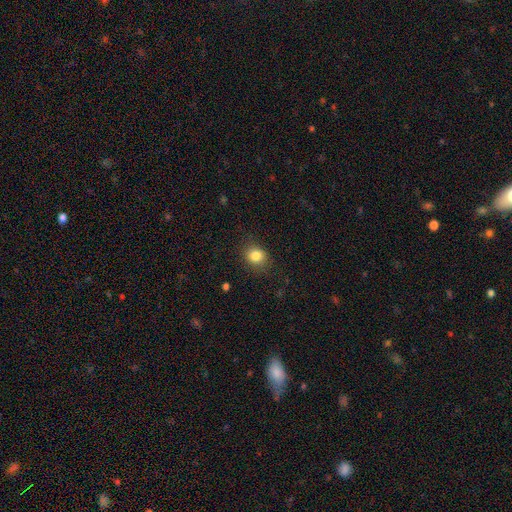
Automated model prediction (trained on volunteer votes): Morphology: type=smooth (83%); roundness=round (67%); merging=none (84%).